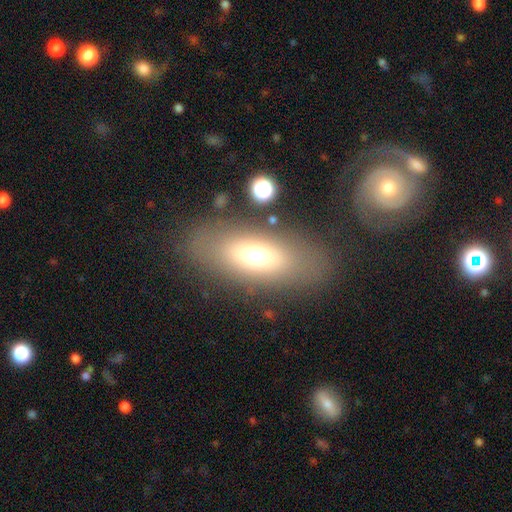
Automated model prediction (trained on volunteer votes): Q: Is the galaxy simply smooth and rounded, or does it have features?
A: smooth — 63%.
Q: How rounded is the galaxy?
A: in between — 83%.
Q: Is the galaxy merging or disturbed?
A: none — 78%.